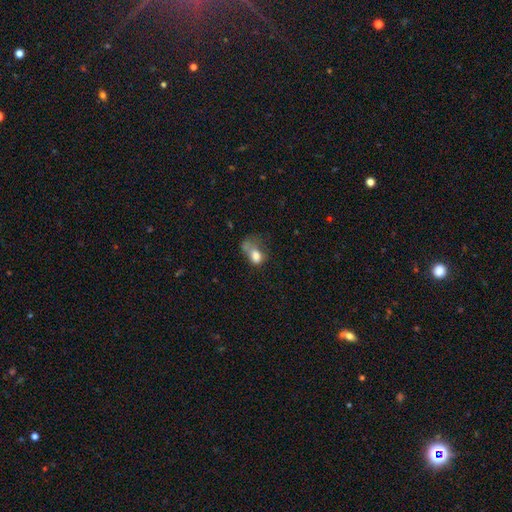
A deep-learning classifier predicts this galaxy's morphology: This appears to be a smooth galaxy with no disk features (69%) that is in between round and cigar-shaped (72%). Merging: major disturbance (47%).